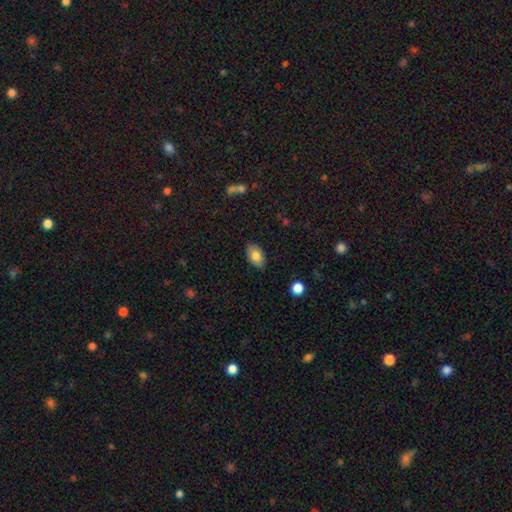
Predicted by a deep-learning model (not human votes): Smooth or featured: smooth — 80% (featured or disk — 13%)
How rounded: in between — 90% (round — 8%)
Merging: none — 83% (minor disturbance — 13%)